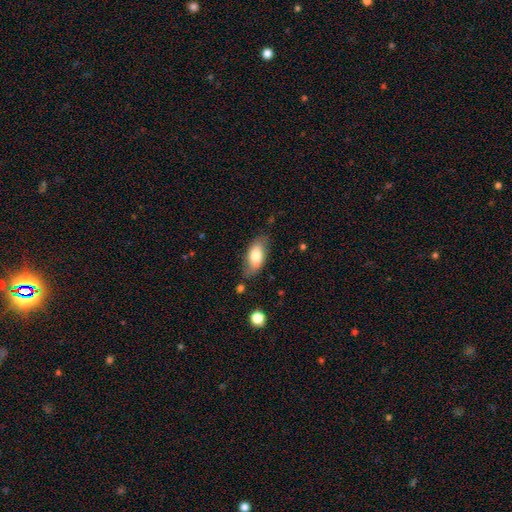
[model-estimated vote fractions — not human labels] Q: Smooth or featured?
A: smooth (73%); runner-up: featured or disk (21%)
Q: How rounded?
A: in between (89%); runner-up: cigar-shaped (8%)
Q: Merging?
A: none (69%); runner-up: minor disturbance (22%)